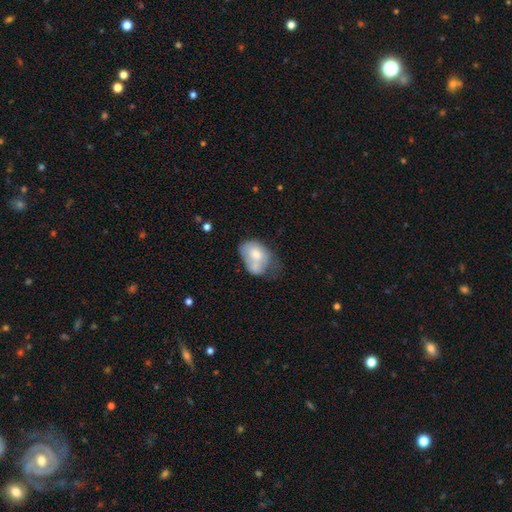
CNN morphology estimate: smooth_or_featured: smooth (p=0.62) [alt: featured or disk p=0.31]
how_rounded: in between (p=0.76) [alt: round p=0.22]
merging: merger (p=0.34) [alt: minor disturbance p=0.26]